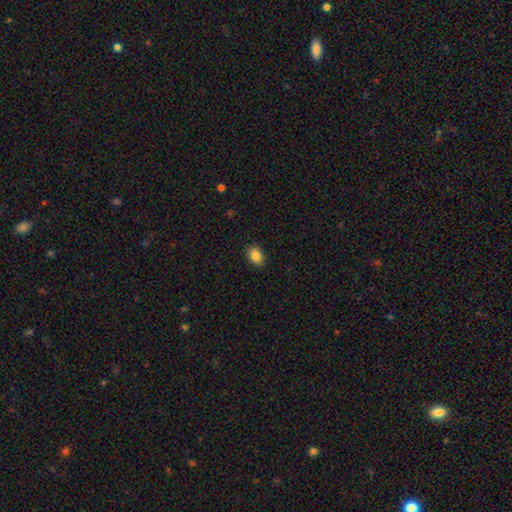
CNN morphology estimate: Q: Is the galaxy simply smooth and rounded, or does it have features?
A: smooth — 85%.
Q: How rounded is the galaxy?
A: in between — 80%.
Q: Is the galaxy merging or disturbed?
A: none — 89%.